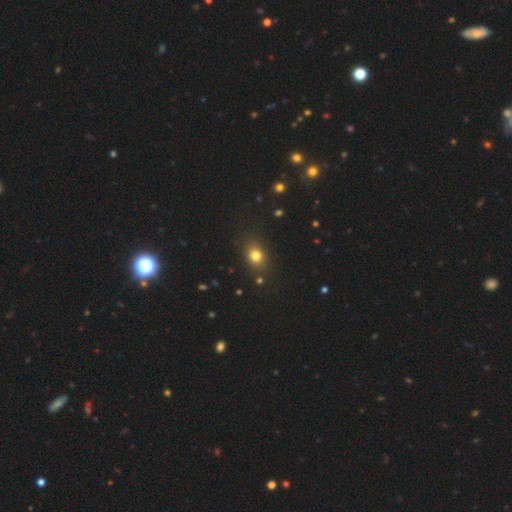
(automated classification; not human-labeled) Smooth or featured: smooth — 77% (star or artifact — 16%)
How rounded: round — 57% (in between — 42%)
Merging: none — 85% (minor disturbance — 10%)